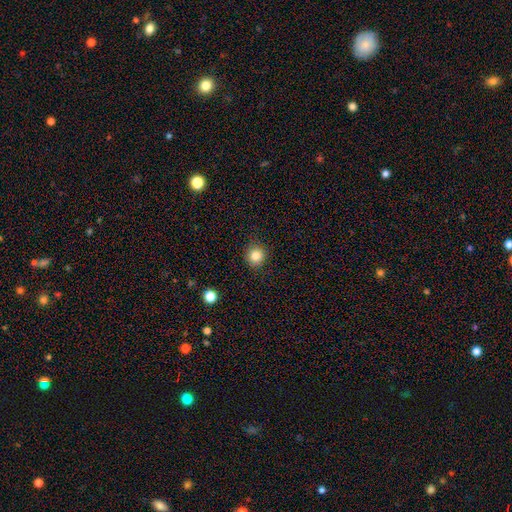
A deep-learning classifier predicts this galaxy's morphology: A smooth galaxy with no disk features (84%) that is round (92%).

Vote fractions:
- Smooth or featured? smooth: 84% / star or artifact: 11% / featured or disk: 5%
- How rounded? round: 92% / in between: 7% / cigar-shaped: 1%
- Merging? none: 89% / minor disturbance: 8% / major disturbance: 2% / merger: 1%